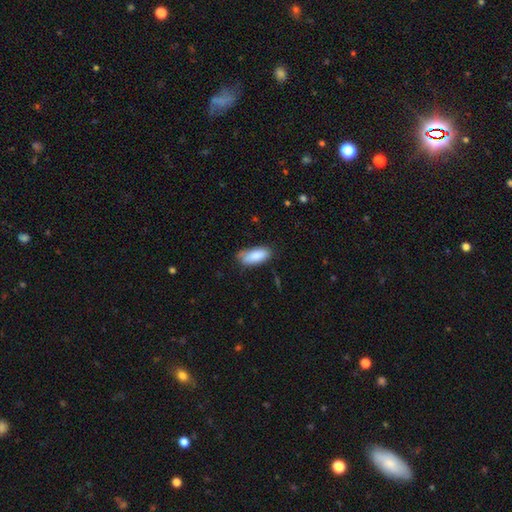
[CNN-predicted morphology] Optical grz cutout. It shows a smooth galaxy with no disk features (87%) that is in between round and cigar-shaped (84%). Merging: none (65%).